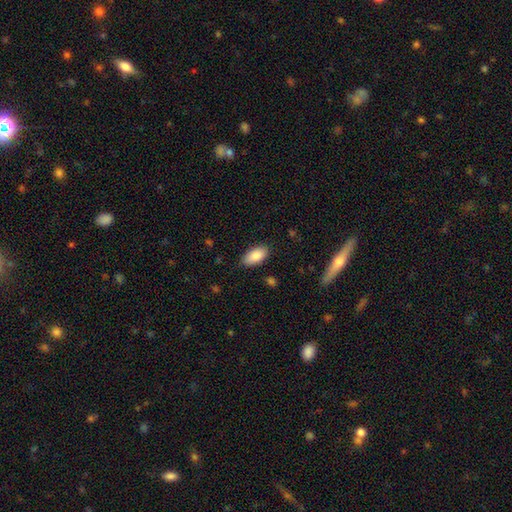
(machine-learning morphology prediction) smooth_or_featured: smooth (p=0.86) [alt: featured or disk p=0.07]
how_rounded: in between (p=0.94) [alt: cigar-shaped p=0.04]
merging: none (p=0.83) [alt: minor disturbance p=0.13]